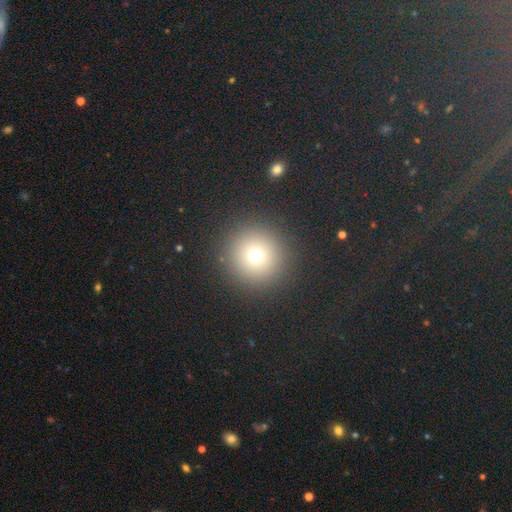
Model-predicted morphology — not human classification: Smooth or featured? smooth (71%)
How rounded? round (96%)
Merging? none (90%)